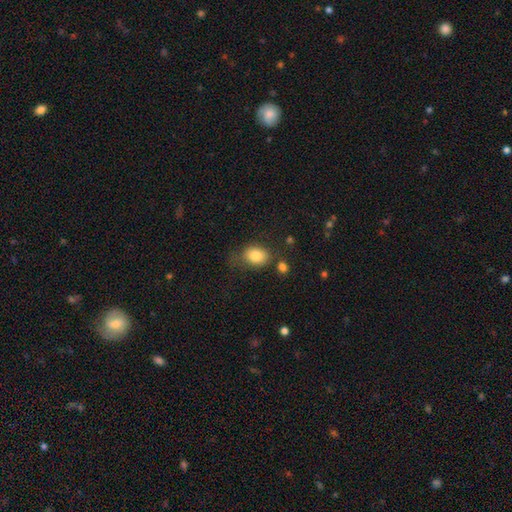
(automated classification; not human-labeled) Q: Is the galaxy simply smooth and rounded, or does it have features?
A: smooth — 83%.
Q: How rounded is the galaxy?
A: in between — 69%.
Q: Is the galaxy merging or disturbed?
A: none — 57%.